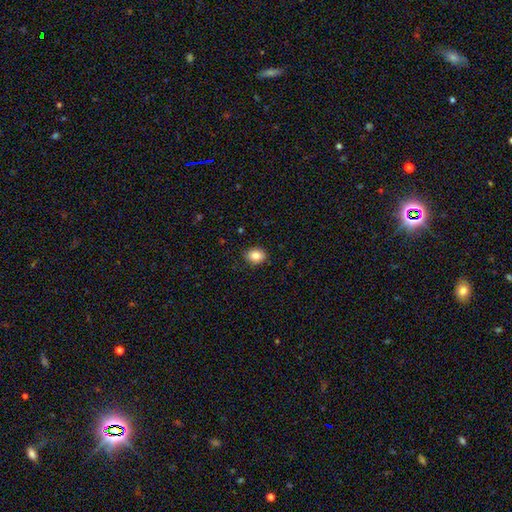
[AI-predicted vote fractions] smooth 85%, star or artifact 9%, featured or disk 7%. Down the decision tree: how rounded — in between (61%); merging — none (86%).